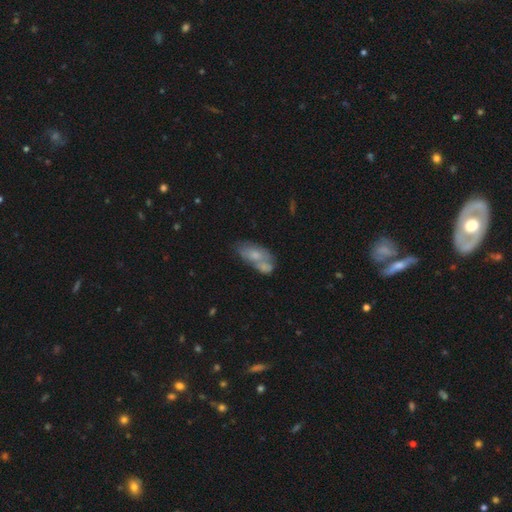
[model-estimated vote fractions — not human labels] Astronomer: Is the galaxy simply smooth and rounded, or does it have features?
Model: smooth — 62%.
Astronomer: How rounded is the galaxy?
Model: in between — 87%.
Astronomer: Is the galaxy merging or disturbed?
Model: merger — 50% (runner-up: none, 28%).